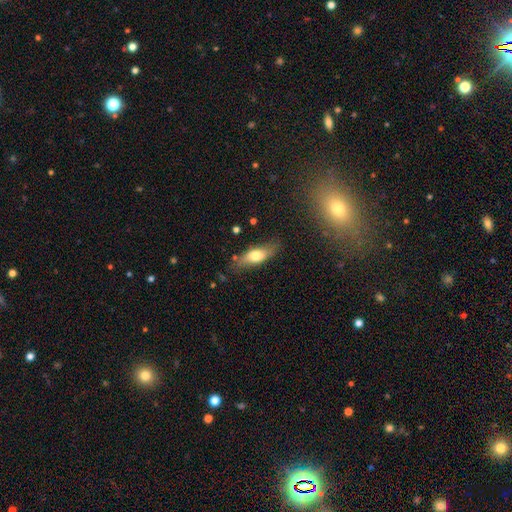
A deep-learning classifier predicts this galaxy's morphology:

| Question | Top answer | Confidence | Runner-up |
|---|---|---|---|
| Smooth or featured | smooth | 62% | featured or disk (31%) |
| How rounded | in between | 62% | cigar-shaped (34%) |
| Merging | none | 71% | minor disturbance (21%) |